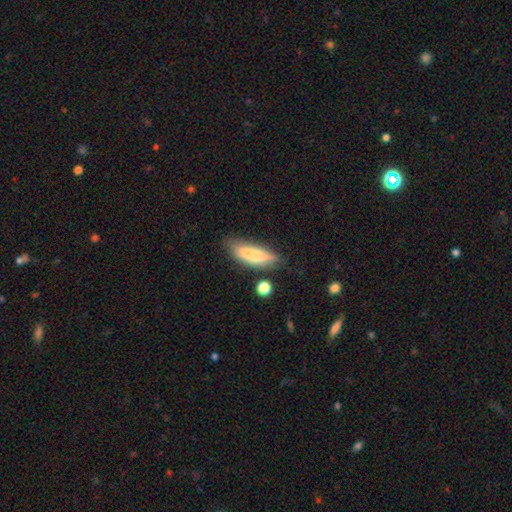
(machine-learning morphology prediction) Overall: smooth (70%). How rounded: in between (52%; cigar-shaped 45%). Merging: none (57%; minor disturbance 24%).